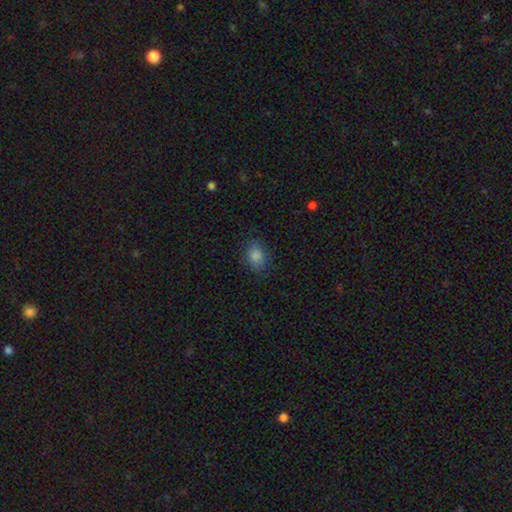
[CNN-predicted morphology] The model was most divided on "how rounded": in between: 70%, round: 28%, cigar-shaped: 1%. More confident: smooth or featured — smooth (84%); merging — none (83%).